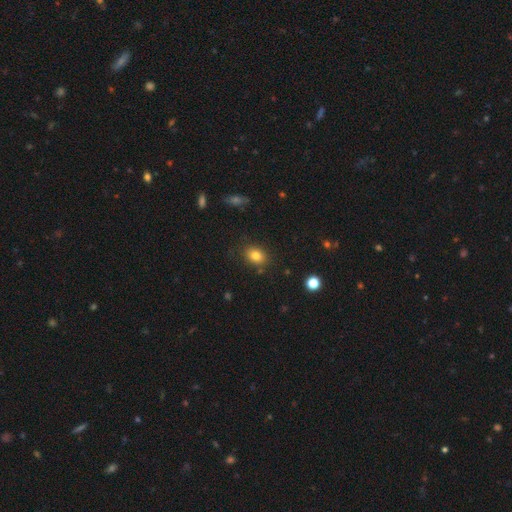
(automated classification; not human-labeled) A smooth galaxy with no disk features (81%) that is in between round and cigar-shaped (57%). Merging: none (82%).